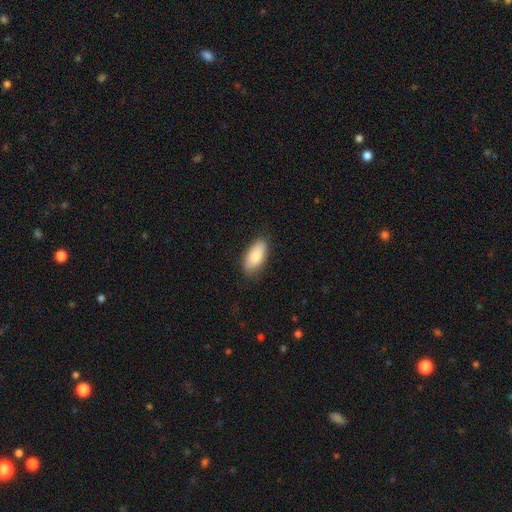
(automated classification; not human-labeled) A smooth galaxy with no disk features (85%) that is in between round and cigar-shaped (89%).

Vote fractions:
- Smooth or featured? smooth: 85% / featured or disk: 9% / star or artifact: 6%
- How rounded? in between: 89% / cigar-shaped: 9% / round: 2%
- Merging? none: 84% / minor disturbance: 13% / major disturbance: 3% / merger: 1%